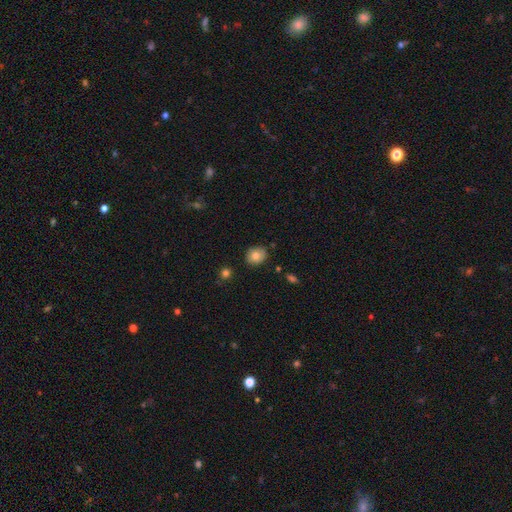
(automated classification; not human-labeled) Smooth or featured? smooth (78%)
How rounded? round (63%)
Merging? none (85%)